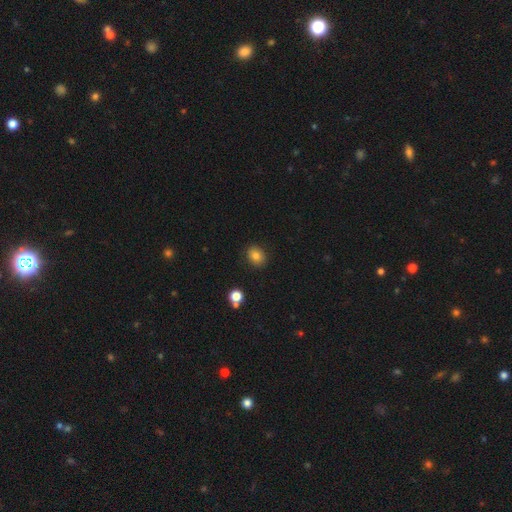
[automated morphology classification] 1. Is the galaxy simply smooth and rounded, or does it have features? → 83% smooth, 11% star or artifact, 6% featured or disk.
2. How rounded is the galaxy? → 55% round, 44% in between, 1% cigar-shaped.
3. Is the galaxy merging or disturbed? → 88% none, 8% minor disturbance, 2% major disturbance, 2% merger.